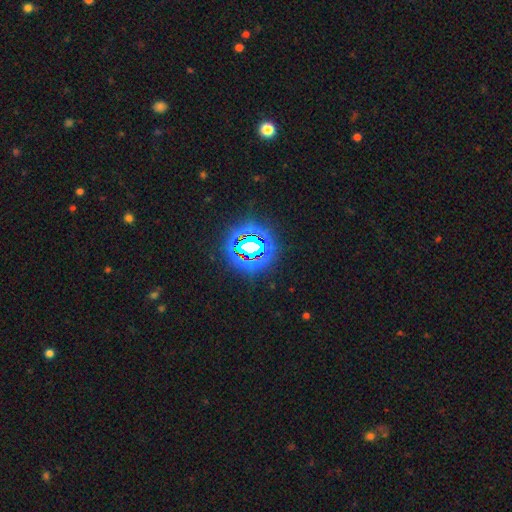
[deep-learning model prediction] This appears to be a star or artifact, not a galaxy (71%).